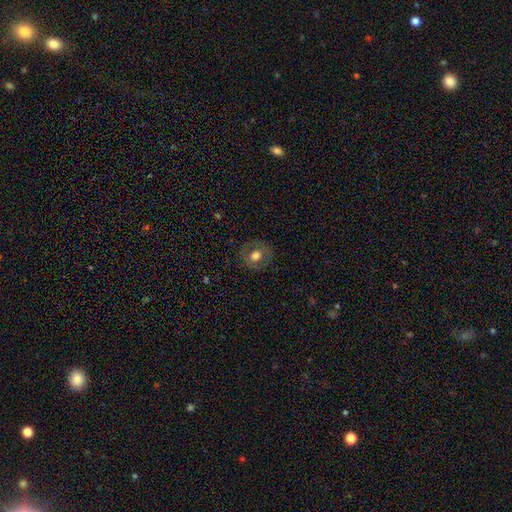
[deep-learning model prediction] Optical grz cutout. It shows a smooth galaxy with no disk features (59%) that is round (83%). Merging: none (85%).